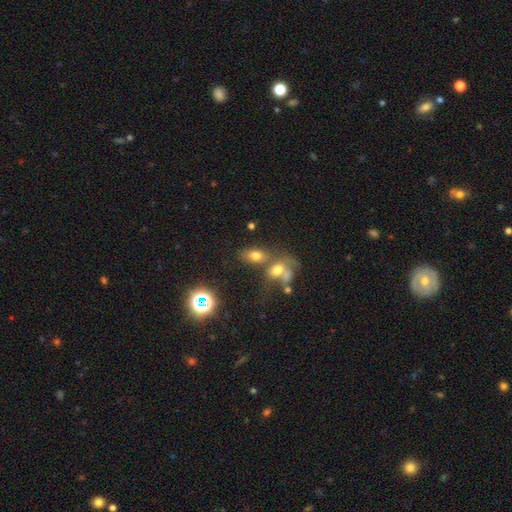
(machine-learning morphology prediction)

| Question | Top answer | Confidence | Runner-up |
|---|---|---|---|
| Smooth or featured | smooth | 69% | star or artifact (16%) |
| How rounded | in between | 80% | round (17%) |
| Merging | none | 42% | merger (38%) |